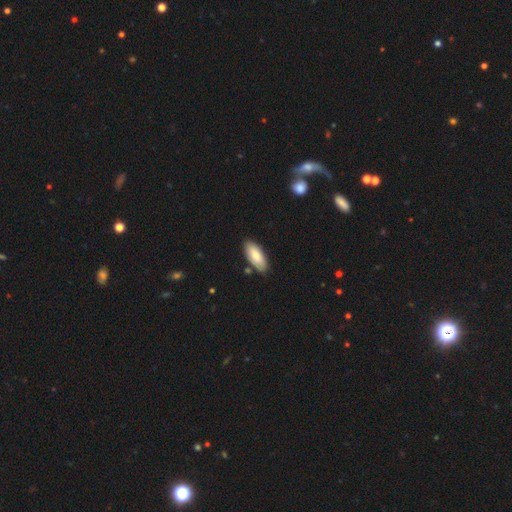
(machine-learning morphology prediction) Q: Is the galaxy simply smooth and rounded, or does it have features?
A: smooth — 80%.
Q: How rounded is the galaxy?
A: in between — 84%.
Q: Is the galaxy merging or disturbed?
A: none — 85%.